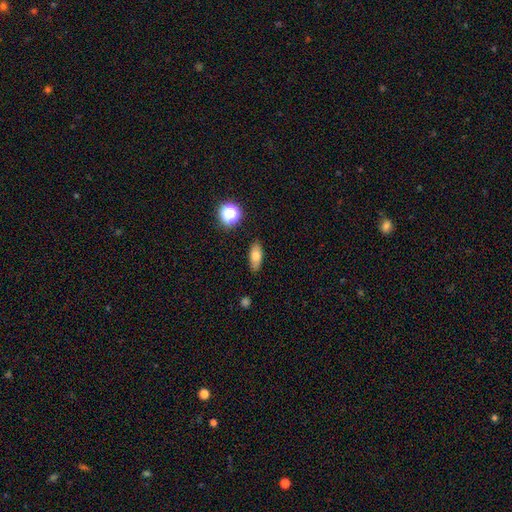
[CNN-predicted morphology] A smooth galaxy with no disk features (76%) that is in between round and cigar-shaped (80%).

Vote fractions:
- Smooth or featured? smooth: 76% / featured or disk: 14% / star or artifact: 10%
- How rounded? in between: 80% / cigar-shaped: 14% / round: 6%
- Merging? none: 85% / minor disturbance: 11% / major disturbance: 2% / merger: 2%